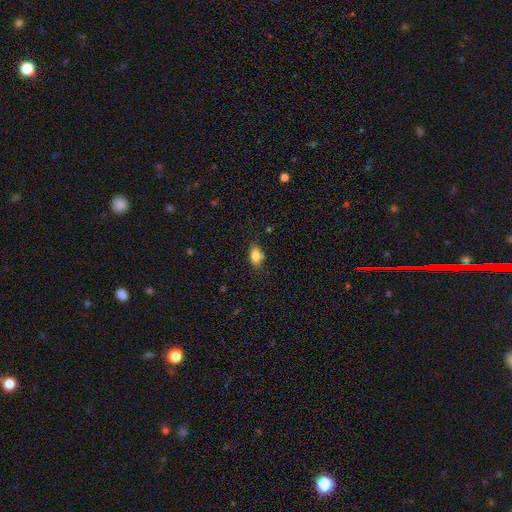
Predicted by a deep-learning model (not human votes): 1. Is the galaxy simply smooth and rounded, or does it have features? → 82% smooth, 9% star or artifact, 8% featured or disk.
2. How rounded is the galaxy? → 85% in between, 11% round, 3% cigar-shaped.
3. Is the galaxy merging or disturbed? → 78% none, 15% minor disturbance, 4% merger, 3% major disturbance.